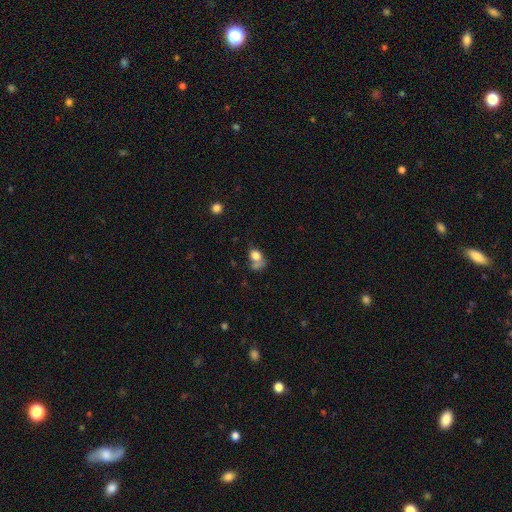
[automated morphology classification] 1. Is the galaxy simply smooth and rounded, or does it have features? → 74% smooth, 14% featured or disk, 12% star or artifact.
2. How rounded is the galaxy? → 61% in between, 37% round, 2% cigar-shaped.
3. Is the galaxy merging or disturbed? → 33% merger, 30% none, 20% major disturbance, 17% minor disturbance.